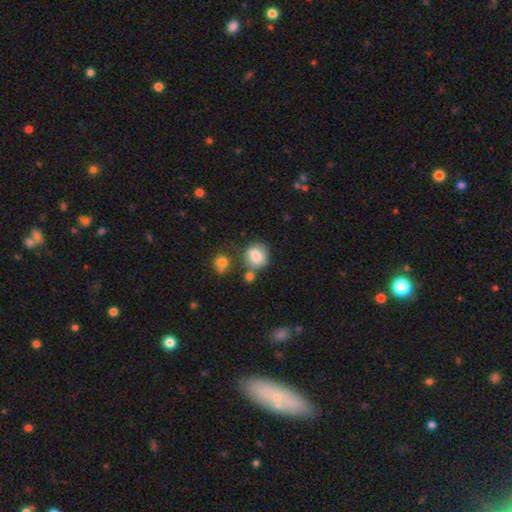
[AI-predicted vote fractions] smooth-or-featured: smooth: 77% | featured or disk: 14% | star or artifact: 9%
  how-rounded: round: 67% | in between: 32% | cigar-shaped: 1%
  merging: none: 56% | minor disturbance: 21% | merger: 16% | major disturbance: 7%